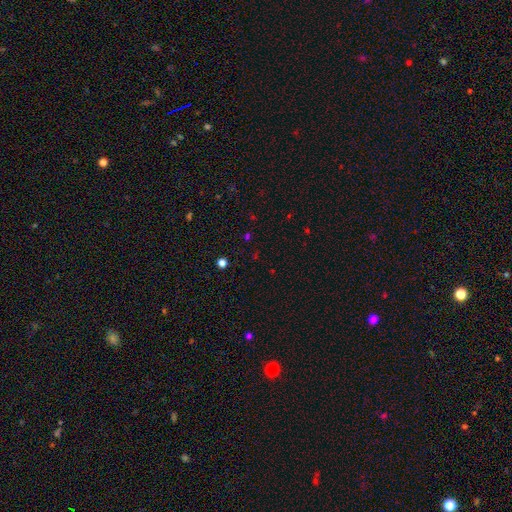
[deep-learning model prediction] smooth_or_featured: star or artifact (p=0.60) [alt: smooth p=0.33]